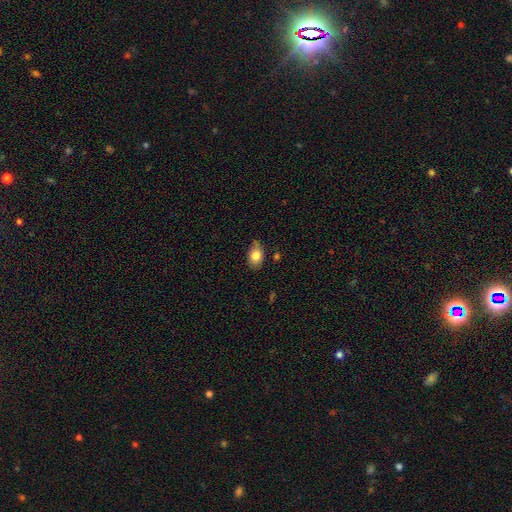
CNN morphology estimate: Smooth or featured: smooth — 81% (featured or disk — 11%)
How rounded: in between — 83% (round — 16%)
Merging: none — 74% (minor disturbance — 21%)